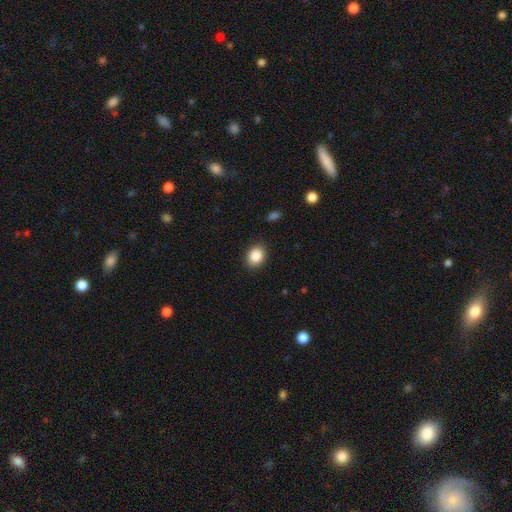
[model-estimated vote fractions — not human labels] smooth 87%, star or artifact 8%, featured or disk 4%. Down the decision tree: how rounded — in between (62%); merging — none (86%).